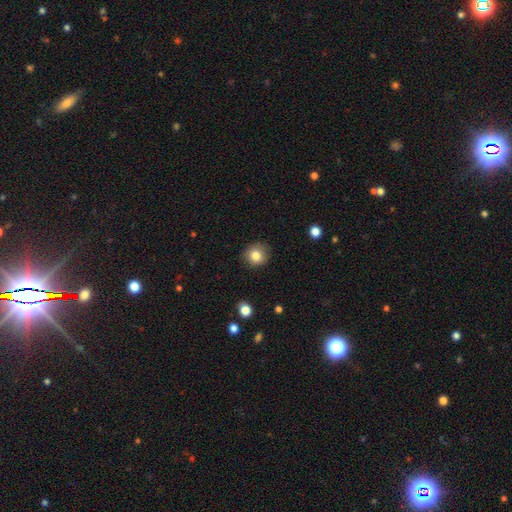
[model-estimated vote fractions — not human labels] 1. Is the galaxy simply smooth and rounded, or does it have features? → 83% smooth, 10% star or artifact, 7% featured or disk.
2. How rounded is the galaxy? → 88% round, 11% in between, 1% cigar-shaped.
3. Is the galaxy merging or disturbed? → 86% none, 10% minor disturbance, 3% major disturbance, 1% merger.